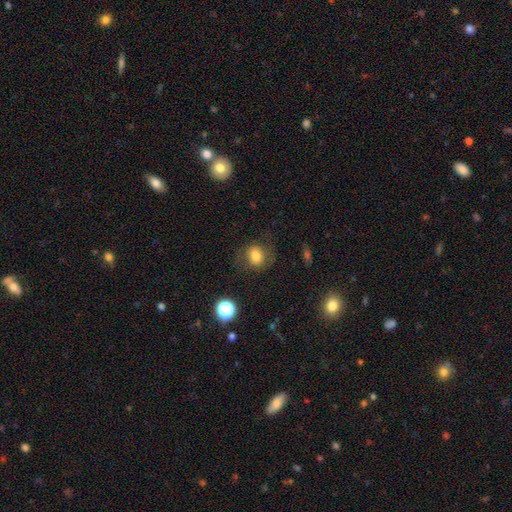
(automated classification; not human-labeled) A smooth galaxy with no disk features (72%) that is round (64%). Merging: none (71%).